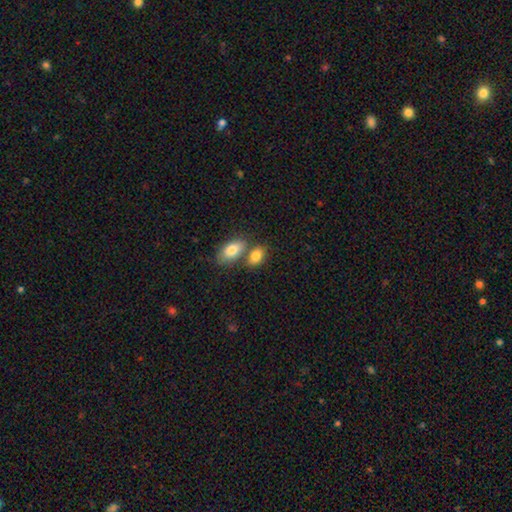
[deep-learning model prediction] Smooth or featured? Predicted: smooth (p=0.83). How rounded? Predicted: in between (p=0.89). Merging? Predicted: none (p=0.45).